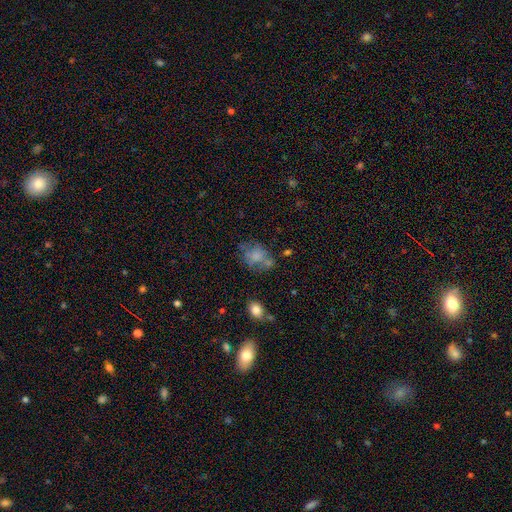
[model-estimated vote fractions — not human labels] A smooth galaxy with no disk features (62%) that is in between round and cigar-shaped (50%). Merging: none (42%).